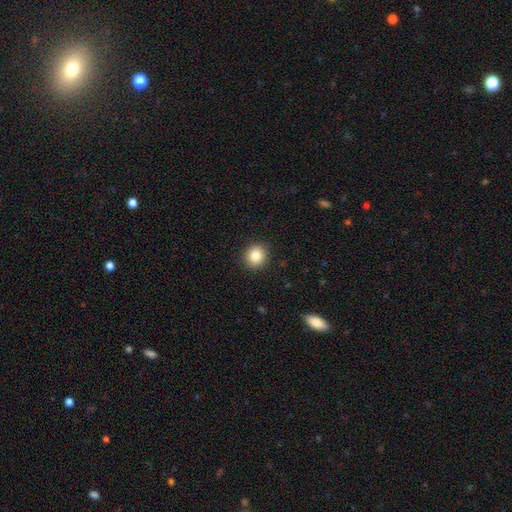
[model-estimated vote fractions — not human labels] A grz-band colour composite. It shows a smooth galaxy with no disk features (84%) that is round (86%). Merging: none (91%).